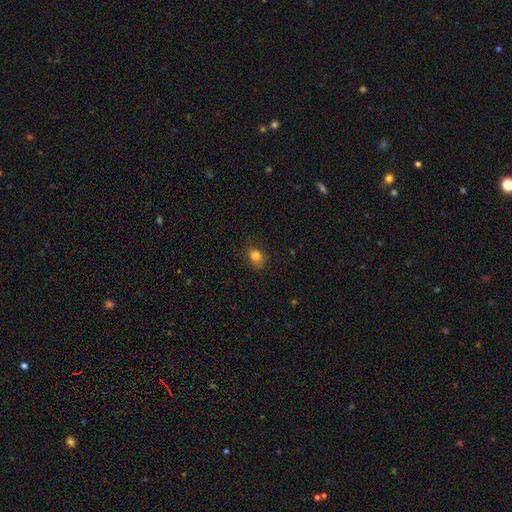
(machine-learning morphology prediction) This appears to be a smooth galaxy with no disk features (82%) that is round (63%). Merging: none (78%).